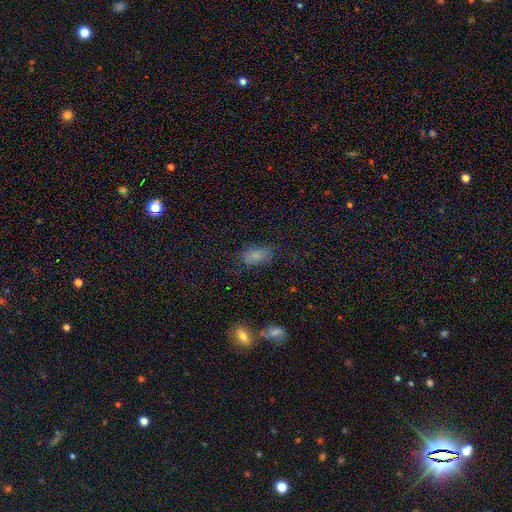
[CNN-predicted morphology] The model was most divided on "merging": none: 71%, minor disturbance: 19%, major disturbance: 7%, merger: 3%. More confident: how rounded — in between (91%); smooth or featured — smooth (81%).